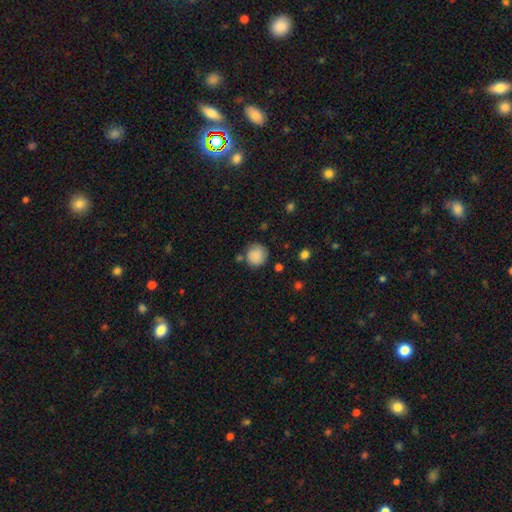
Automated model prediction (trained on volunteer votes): smooth 86%, star or artifact 8%, featured or disk 6%. Down the decision tree: how rounded — round (91%); merging — none (75%).